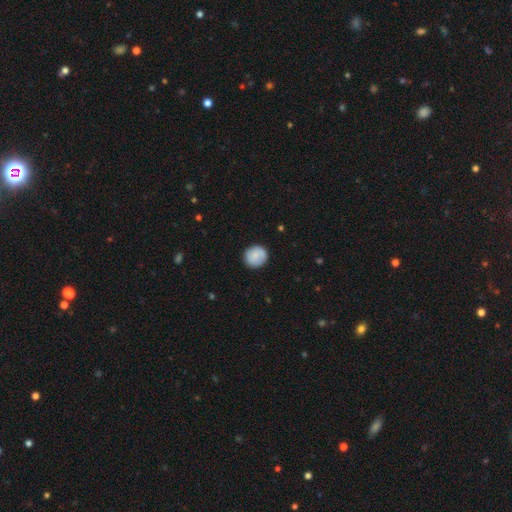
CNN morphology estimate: This is likely a smooth galaxy (80%). How rounded: clearly round (91%). Merging: clearly none (87%).